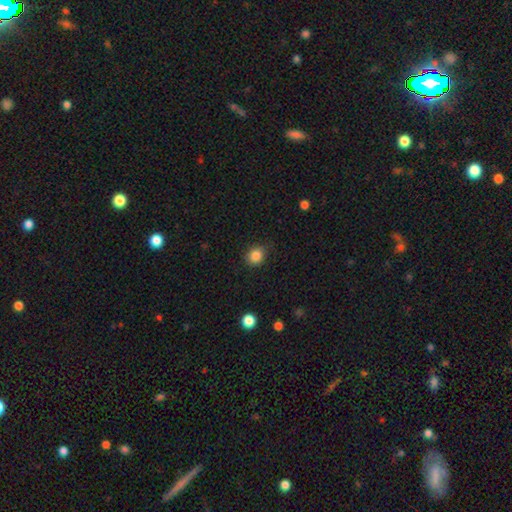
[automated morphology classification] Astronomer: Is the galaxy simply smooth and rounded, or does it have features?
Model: smooth — 85%.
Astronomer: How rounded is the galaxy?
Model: round — 73%.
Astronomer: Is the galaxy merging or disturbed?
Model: none — 80%.